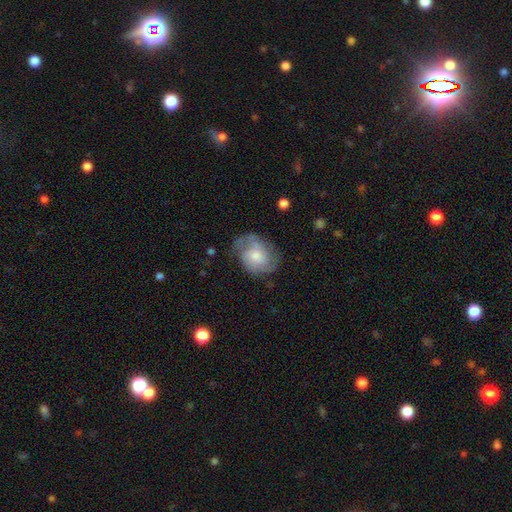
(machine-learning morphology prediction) type=featured or disk (62%); edge-on=no (97%); bar=no (69%); spiral arms=yes (88%); winding=medium (44%); arm count=2 (49%); bulge=moderate (46%); merging=none (60%).